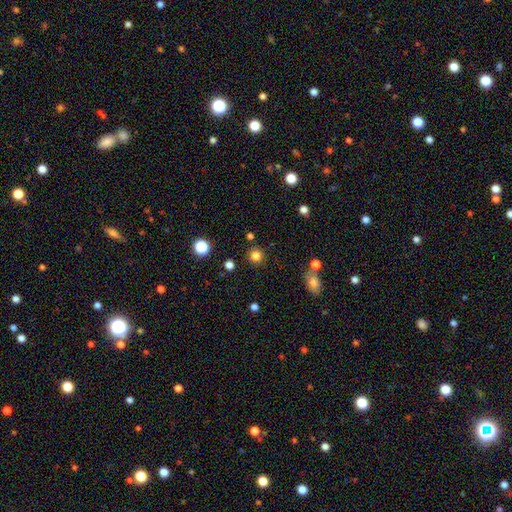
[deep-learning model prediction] smooth_or_featured: smooth (p=0.81) [alt: star or artifact p=0.14]
how_rounded: round (p=0.93) [alt: in between p=0.06]
merging: none (p=0.88) [alt: minor disturbance p=0.07]